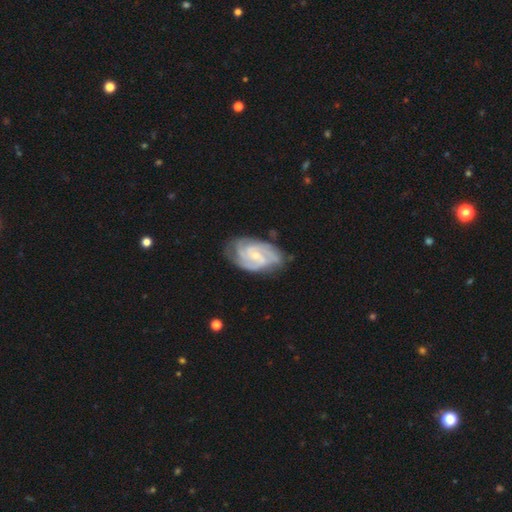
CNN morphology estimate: Smooth or featured?
  - featured or disk: 86% *
  - smooth: 9%
  - star or artifact: 5%
Edge-on disk?
  - no: 97% *
  - yes: 3%
Bar?
  - no: 47% *
  - weak: 43%
  - strong: 10%
Spiral arms?
  - yes: 97% *
  - no: 3%
Spiral winding?
  - tight: 56% *
  - medium: 37%
  - loose: 7%
Spiral arm count?
  - 3: 31% *
  - 2: 24%
  - can't tell: 21%
  - 4: 15%
  - more than 4: 5%
  - 1: 5%
Bulge size?
  - small: 66% *
  - moderate: 29%
  - none: 2%
  - large: 1%
  - dominant: 1%
Merging?
  - none: 71% *
  - minor disturbance: 21%
  - major disturbance: 7%
  - merger: 2%